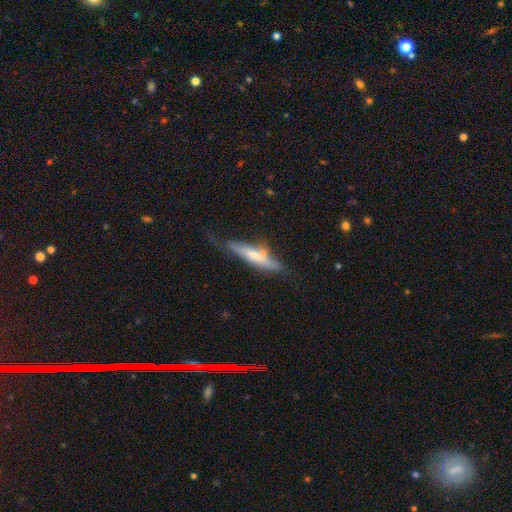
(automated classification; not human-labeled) A smooth galaxy with no disk features (53%) that is cigar-shaped (78%).

Vote fractions:
- Smooth or featured? smooth: 53% / featured or disk: 41% / star or artifact: 6%
- How rounded? cigar-shaped: 78% / in between: 20% / round: 2%
- Merging? none: 48% / minor disturbance: 29% / major disturbance: 13% / merger: 10%